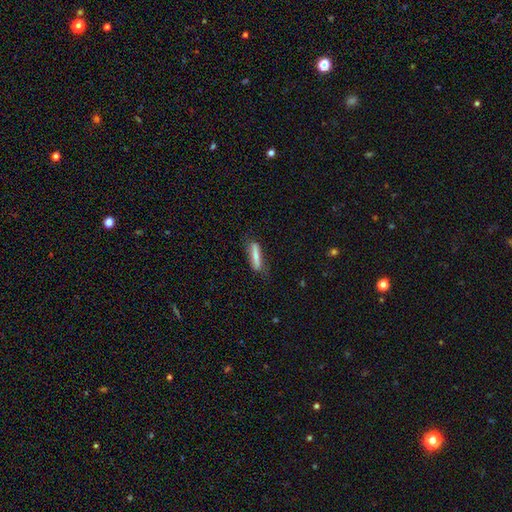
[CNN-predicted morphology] This is likely a smooth galaxy (65%). How rounded: likely cigar-shaped (79%). Merging: likely none (71%).